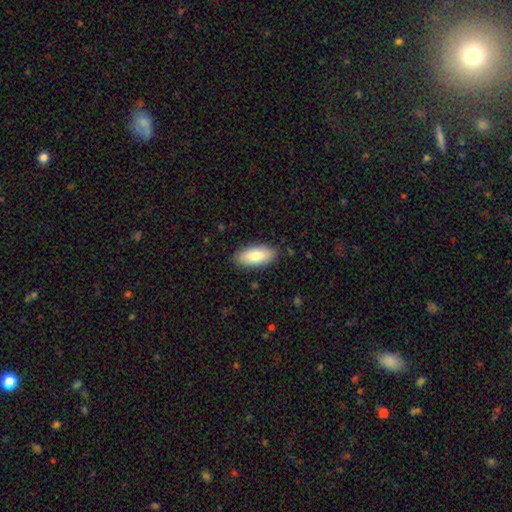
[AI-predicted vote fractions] smooth 80%, featured or disk 14%, star or artifact 6%. Down the decision tree: how rounded — in between (90%); merging — none (87%).